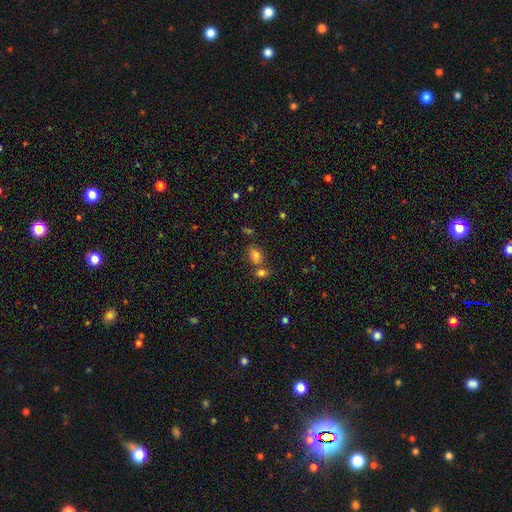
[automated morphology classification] A smooth galaxy with no disk features (77%) that is in between round and cigar-shaped (69%).

Vote fractions:
- Smooth or featured? smooth: 77% / star or artifact: 14% / featured or disk: 8%
- How rounded? in between: 69% / round: 29% / cigar-shaped: 1%
- Merging? none: 57% / merger: 28% / minor disturbance: 11% / major disturbance: 4%